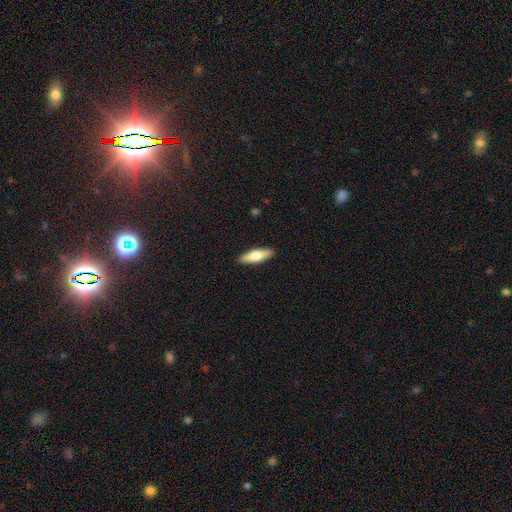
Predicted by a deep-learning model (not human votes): Smooth or featured: smooth — 64% (featured or disk — 31%)
How rounded: in between — 52% (cigar-shaped — 46%)
Merging: none — 90% (minor disturbance — 7%)